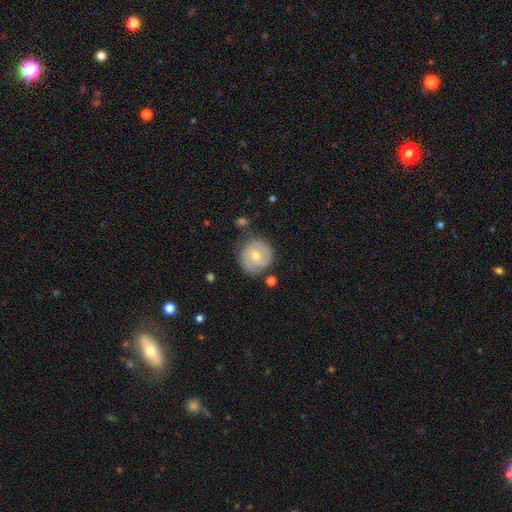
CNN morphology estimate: featured or disk 47%, smooth 46%, star or artifact 6%. Down the decision tree: merging — none (72%).